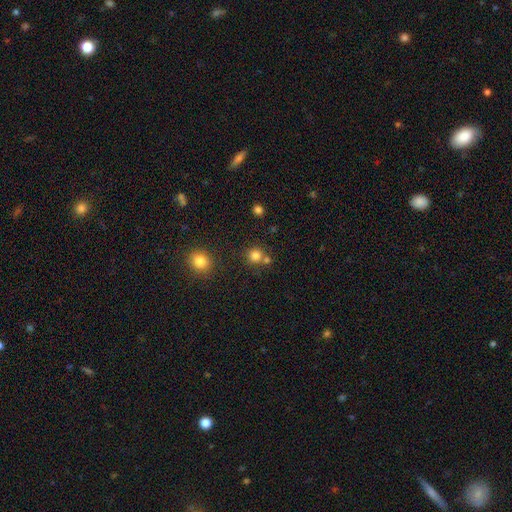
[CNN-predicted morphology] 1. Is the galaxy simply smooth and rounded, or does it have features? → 79% smooth, 14% star or artifact, 6% featured or disk.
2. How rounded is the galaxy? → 91% round, 8% in between, 1% cigar-shaped.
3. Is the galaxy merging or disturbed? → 69% none, 21% merger, 8% minor disturbance, 3% major disturbance.